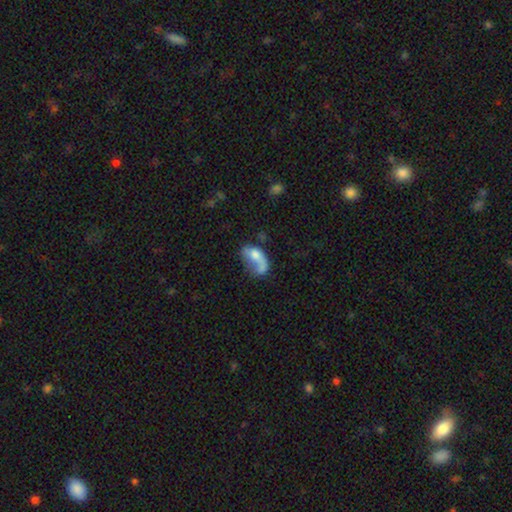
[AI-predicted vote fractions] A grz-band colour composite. It shows a smooth galaxy with no disk features (53%) that is in between round and cigar-shaped (85%). Merging: major disturbance (35%).